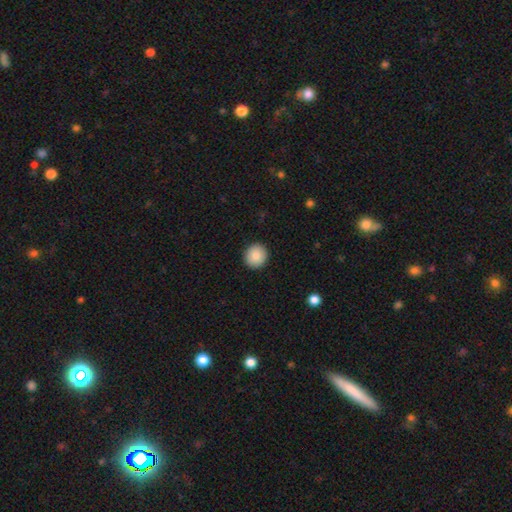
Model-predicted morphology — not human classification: This appears to be a smooth galaxy with no disk features (87%) that is round (92%). Merging: none (92%).